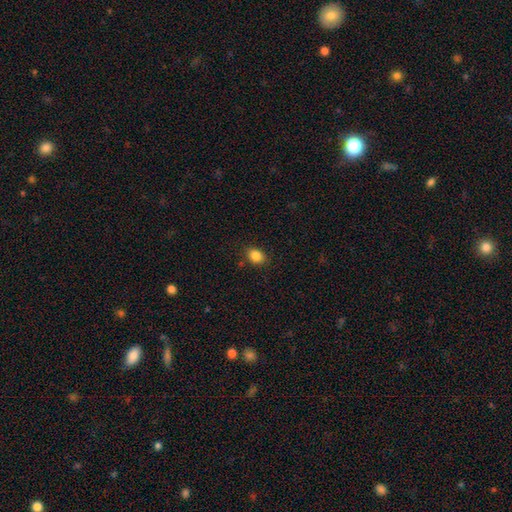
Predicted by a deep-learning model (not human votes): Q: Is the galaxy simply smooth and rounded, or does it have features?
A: smooth — 85%.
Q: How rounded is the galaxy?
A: in between — 66%.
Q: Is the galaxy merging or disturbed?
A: none — 86%.